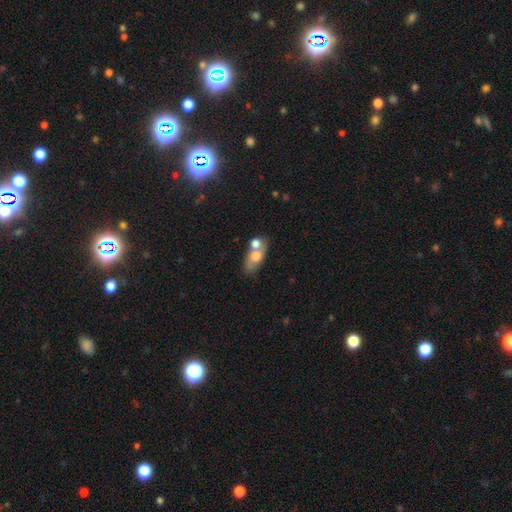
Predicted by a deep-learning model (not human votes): The model was most divided on "merging": none: 42%, merger: 39%, minor disturbance: 13%, major disturbance: 6%. More confident: how rounded — in between (74%); smooth or featured — smooth (62%).